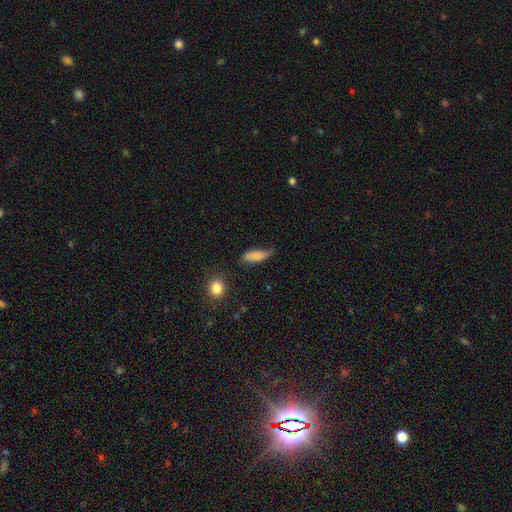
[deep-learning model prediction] Overall: smooth (77%). How rounded: in between (69%). Merging: none (41%; minor disturbance 38%).